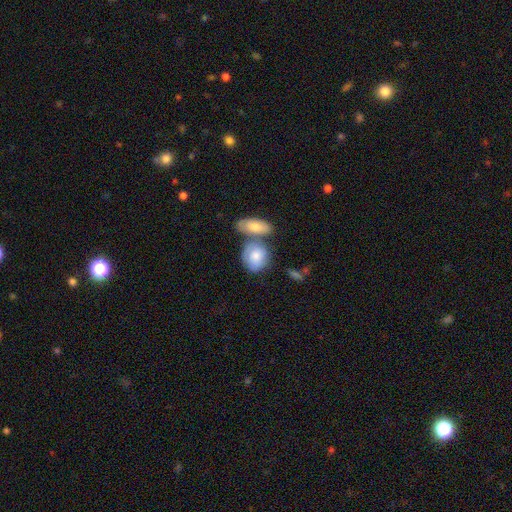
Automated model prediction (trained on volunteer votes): Overall: smooth (74%). How rounded: in between (53%; round 44%). Merging: none (43%; merger 37%).